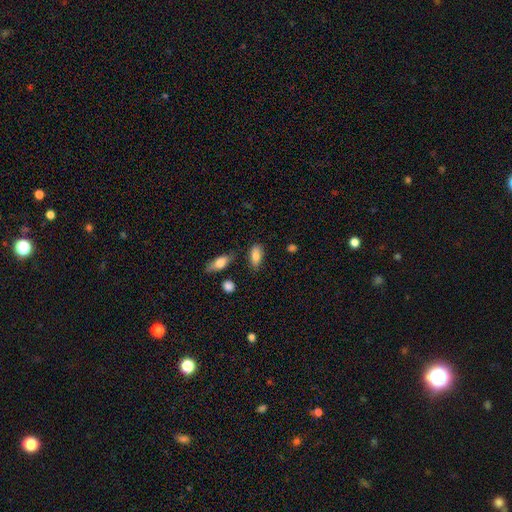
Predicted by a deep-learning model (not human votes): smooth 81%, featured or disk 12%, star or artifact 7%. Down the decision tree: how rounded — in between (87%); merging — none (72%).